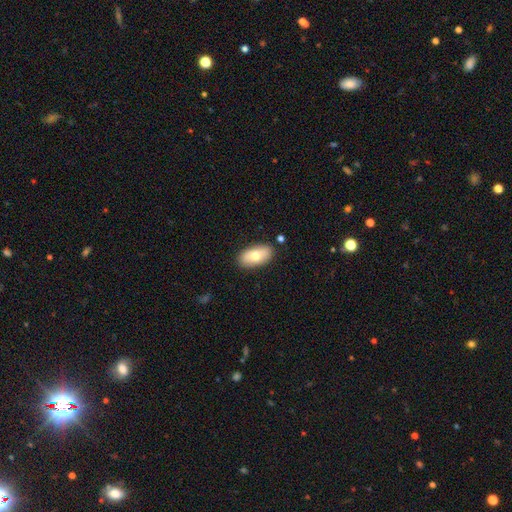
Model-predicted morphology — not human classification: Smooth or featured? Predicted: smooth (p=0.70). How rounded? Predicted: in between (p=0.93). Merging? Predicted: none (p=0.85).